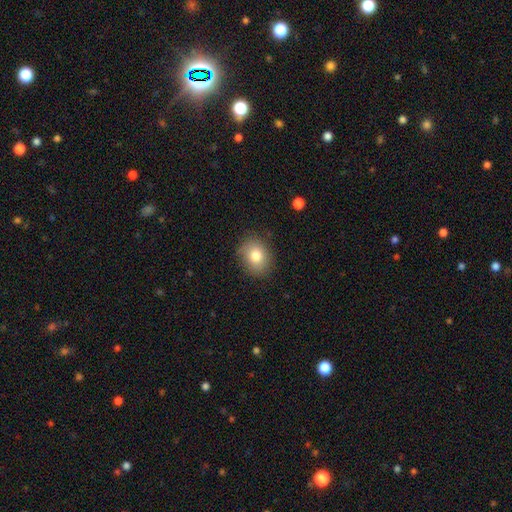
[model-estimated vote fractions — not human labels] Q: Smooth or featured?
A: smooth (81%); runner-up: featured or disk (10%)
Q: How rounded?
A: round (56%); runner-up: in between (43%)
Q: Merging?
A: none (83%); runner-up: minor disturbance (13%)